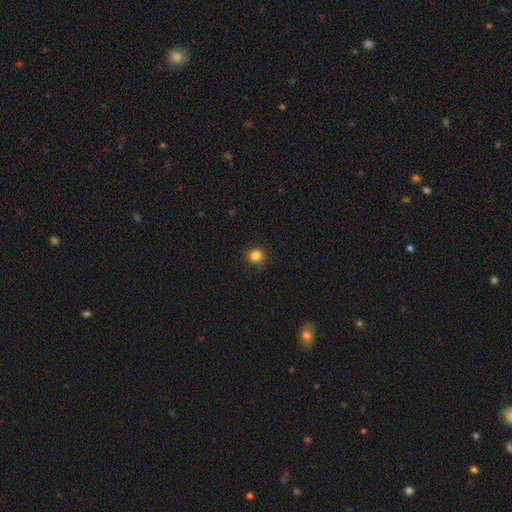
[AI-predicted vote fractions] This is clearly a smooth galaxy (84%). How rounded: clearly round (91%). Merging: clearly none (89%).